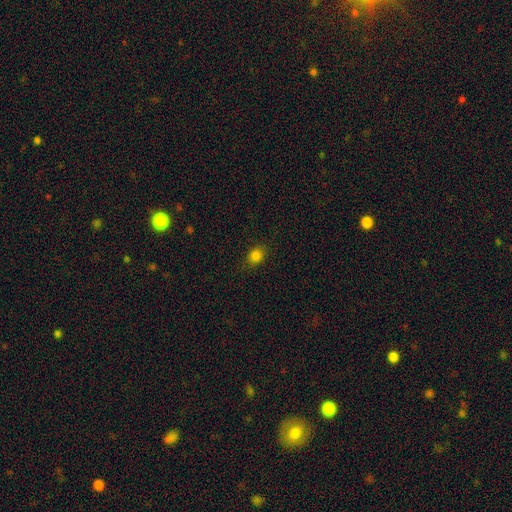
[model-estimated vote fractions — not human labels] Smooth or featured?
  - smooth: 82% *
  - star or artifact: 13%
  - featured or disk: 5%
How rounded?
  - round: 54% *
  - in between: 45%
  - cigar-shaped: 1%
Merging?
  - none: 84% *
  - minor disturbance: 12%
  - major disturbance: 3%
  - merger: 1%